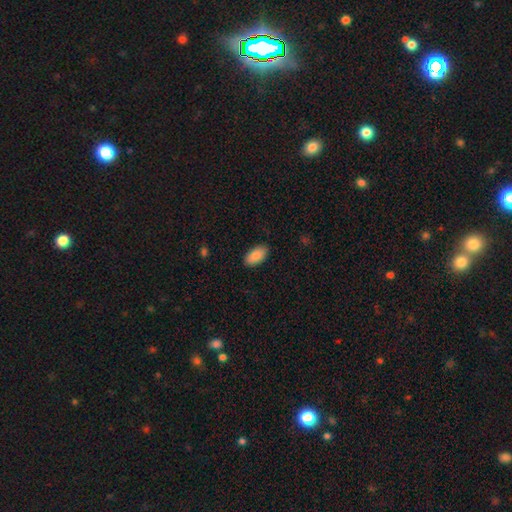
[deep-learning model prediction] This is clearly a smooth galaxy (88%). How rounded: clearly in between (95%). Merging: clearly none (88%).